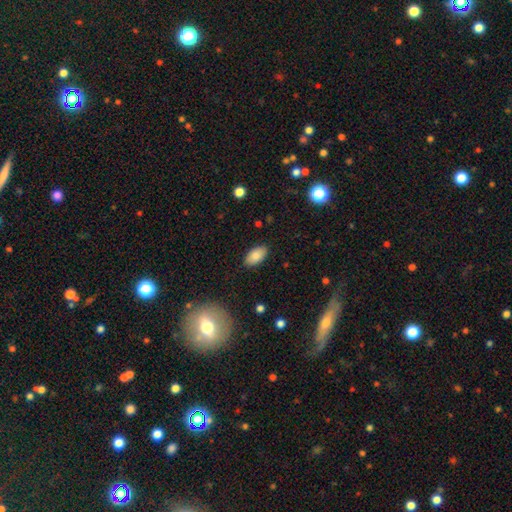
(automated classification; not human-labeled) Q: Smooth or featured?
A: smooth (84%); runner-up: featured or disk (9%)
Q: How rounded?
A: in between (94%); runner-up: round (4%)
Q: Merging?
A: none (86%); runner-up: minor disturbance (10%)